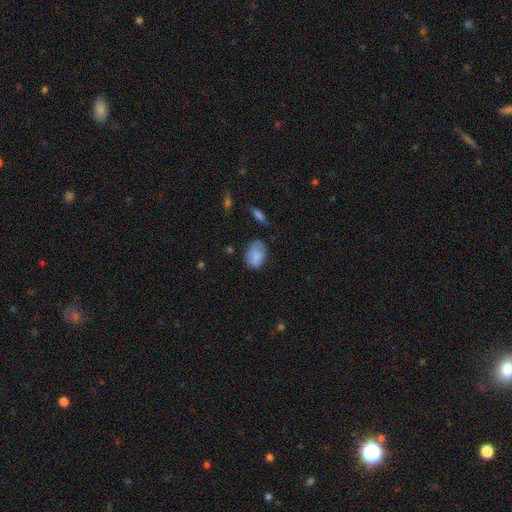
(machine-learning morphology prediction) Smooth or featured? Predicted: smooth (p=0.83). How rounded? Predicted: in between (p=0.82). Merging? Predicted: none (p=0.63).